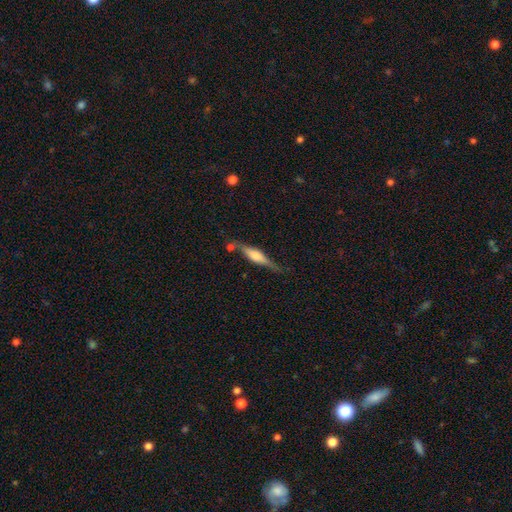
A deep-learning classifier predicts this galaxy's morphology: type=featured or disk (58%); edge-on=yes (94%); edge-on bulge=rounded (65%); merging=none (66%).